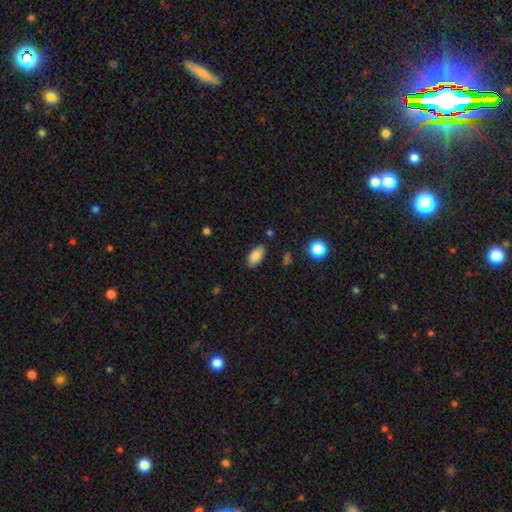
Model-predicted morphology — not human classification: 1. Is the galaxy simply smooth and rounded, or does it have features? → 85% smooth, 8% star or artifact, 8% featured or disk.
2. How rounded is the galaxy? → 92% in between, 5% cigar-shaped, 3% round.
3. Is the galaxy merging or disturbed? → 84% none, 11% minor disturbance, 3% major disturbance, 2% merger.